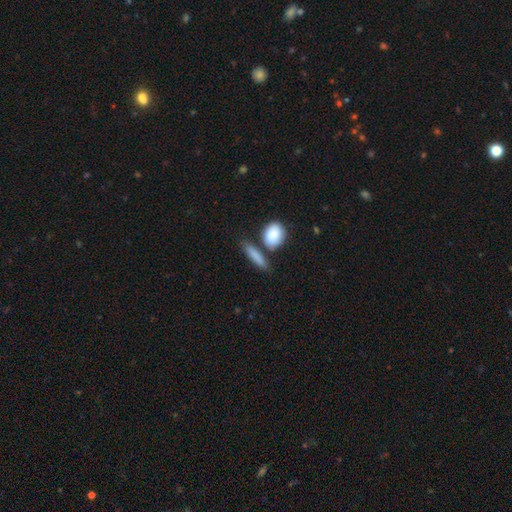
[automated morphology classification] type=smooth (84%); roundness=cigar-shaped (51%); merging=none (67%).